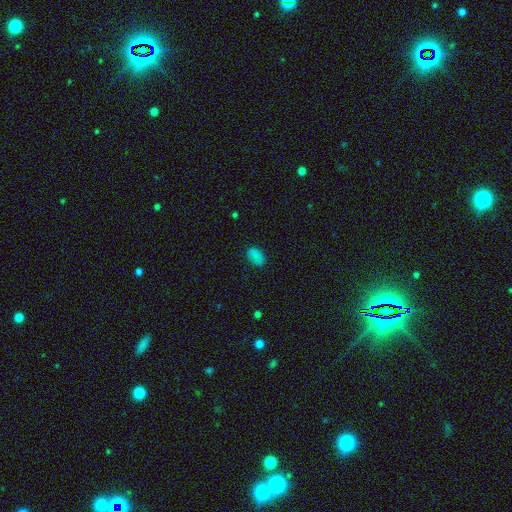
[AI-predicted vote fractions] Smooth or featured?
  - smooth: 83% *
  - star or artifact: 13%
  - featured or disk: 4%
How rounded?
  - in between: 90% *
  - round: 9%
  - cigar-shaped: 1%
Merging?
  - none: 84% *
  - minor disturbance: 12%
  - major disturbance: 3%
  - merger: 1%